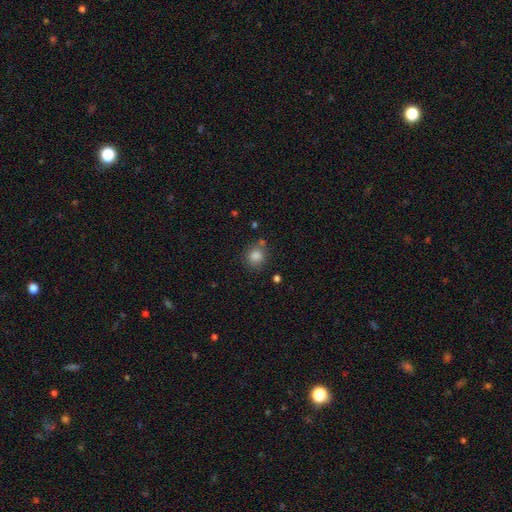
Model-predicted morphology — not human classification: This is clearly a smooth galaxy (84%). How rounded: clearly round (83%). Merging: likely none (72%).